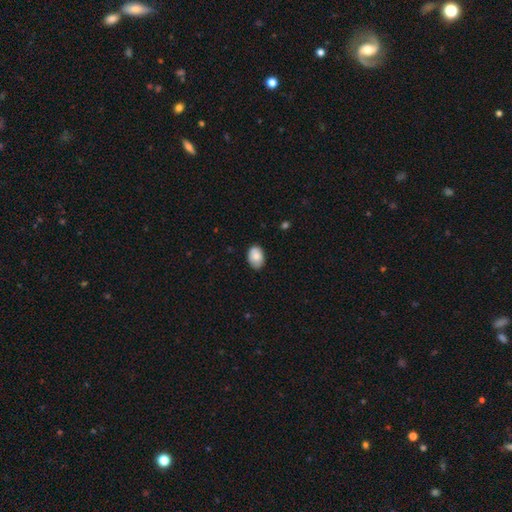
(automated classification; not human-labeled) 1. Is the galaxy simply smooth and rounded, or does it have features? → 82% smooth, 11% featured or disk, 7% star or artifact.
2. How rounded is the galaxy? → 83% in between, 16% round, 1% cigar-shaped.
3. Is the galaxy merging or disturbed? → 79% none, 18% minor disturbance, 3% major disturbance, 1% merger.